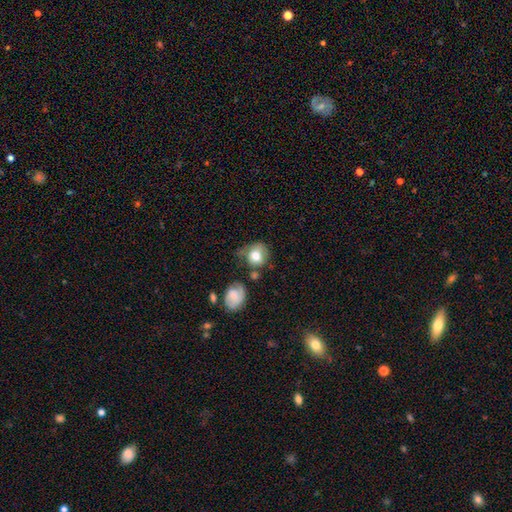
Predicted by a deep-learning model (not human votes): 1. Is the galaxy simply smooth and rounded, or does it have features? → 72% smooth, 21% featured or disk, 7% star or artifact.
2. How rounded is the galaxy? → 67% round, 32% in between, 1% cigar-shaped.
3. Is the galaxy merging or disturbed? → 40% none, 30% minor disturbance, 18% major disturbance, 12% merger.